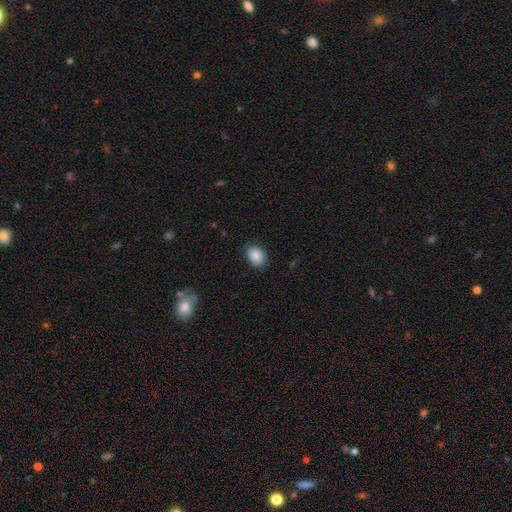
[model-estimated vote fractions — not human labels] A smooth galaxy with no disk features (88%) that is in between round and cigar-shaped (72%).

Vote fractions:
- Smooth or featured? smooth: 88% / star or artifact: 7% / featured or disk: 5%
- How rounded? in between: 72% / round: 27% / cigar-shaped: 1%
- Merging? none: 85% / minor disturbance: 11% / major disturbance: 2% / merger: 1%